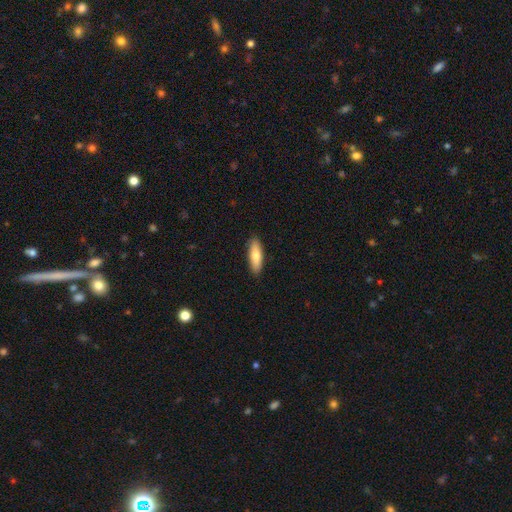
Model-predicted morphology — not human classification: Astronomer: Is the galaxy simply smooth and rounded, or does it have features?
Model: smooth — 75%.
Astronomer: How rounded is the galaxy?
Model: cigar-shaped — 52% (runner-up: in between, 46%).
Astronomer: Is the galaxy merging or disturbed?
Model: none — 89%.